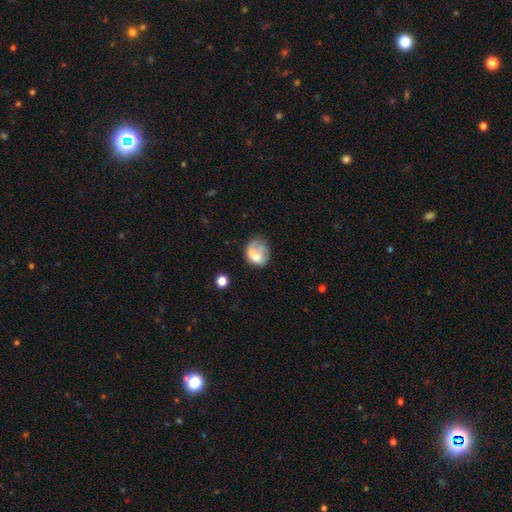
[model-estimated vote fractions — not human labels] This is likely a smooth galaxy (63%). How rounded: possibly round (55%). Merging: marginally none (37%).